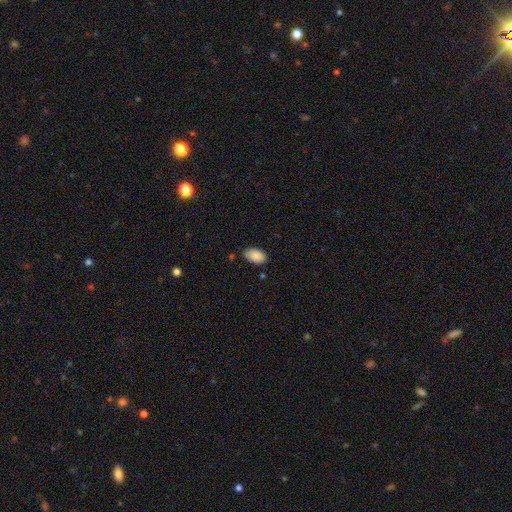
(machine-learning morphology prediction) smooth 89%, star or artifact 7%, featured or disk 4%. Down the decision tree: how rounded — in between (93%); merging — none (78%).